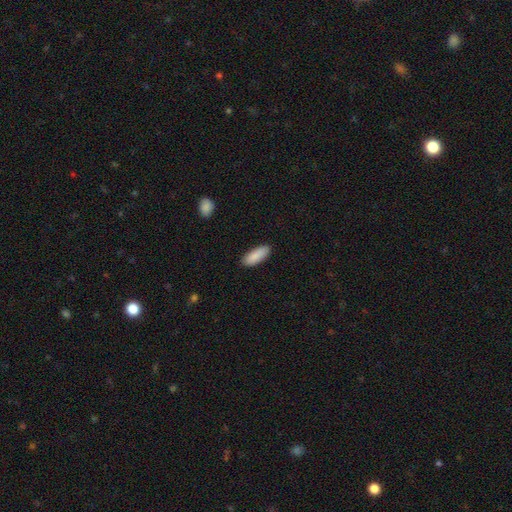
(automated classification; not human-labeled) smooth_or_featured: smooth (p=0.90) [alt: star or artifact p=0.06]
how_rounded: in between (p=0.76) [alt: cigar-shaped p=0.22]
merging: none (p=0.88) [alt: minor disturbance p=0.09]